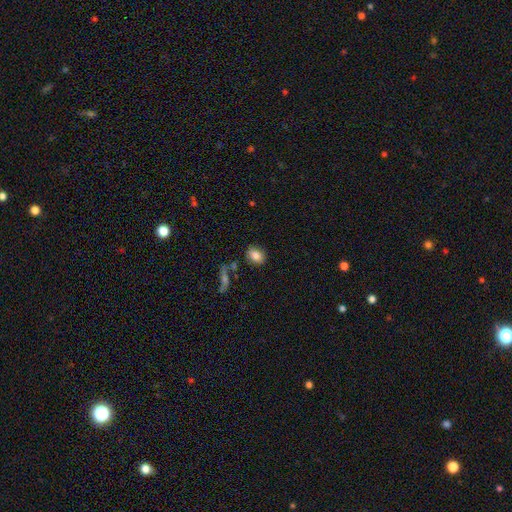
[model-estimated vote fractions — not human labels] This appears to be a smooth galaxy with no disk features (82%) that is in between round and cigar-shaped (63%). Merging: none (81%).